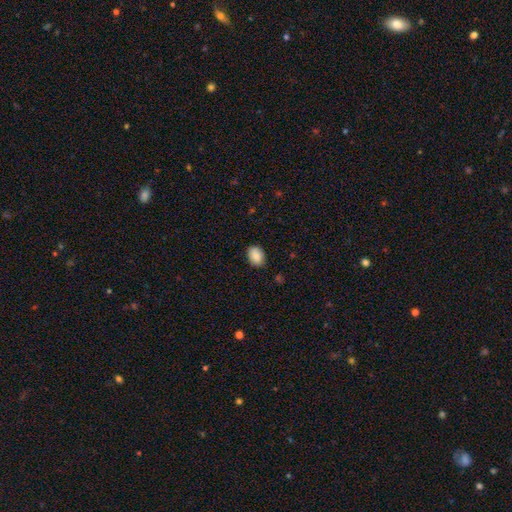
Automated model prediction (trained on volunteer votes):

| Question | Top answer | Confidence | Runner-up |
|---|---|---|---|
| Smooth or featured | smooth | 87% | star or artifact (7%) |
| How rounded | in between | 73% | round (26%) |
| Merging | none | 84% | minor disturbance (12%) |